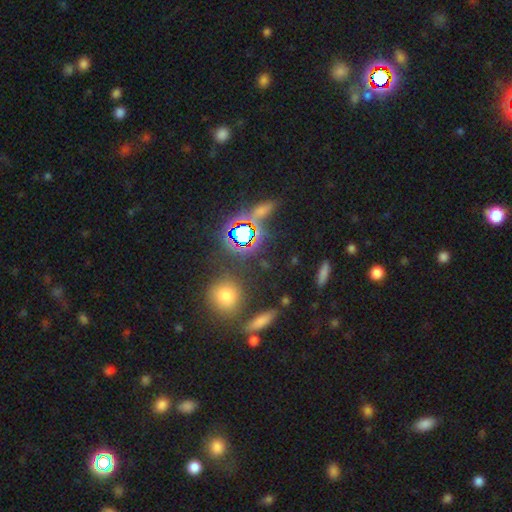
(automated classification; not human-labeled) Smooth or featured?
  - star or artifact: 64% *
  - smooth: 25%
  - featured or disk: 10%